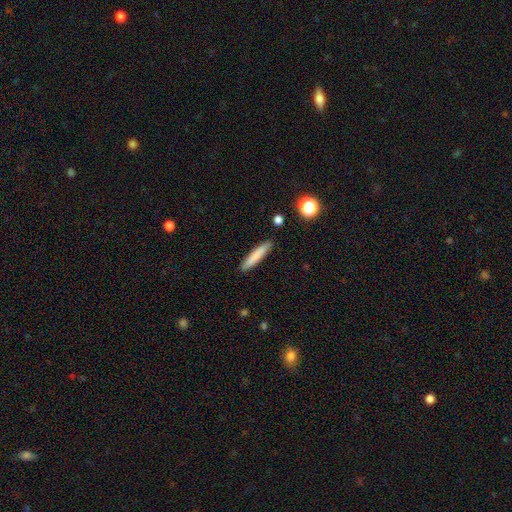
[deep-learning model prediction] smooth_or_featured: smooth (p=0.79) [alt: featured or disk p=0.15]
how_rounded: cigar-shaped (p=0.91) [alt: in between p=0.08]
merging: none (p=0.89) [alt: minor disturbance p=0.08]